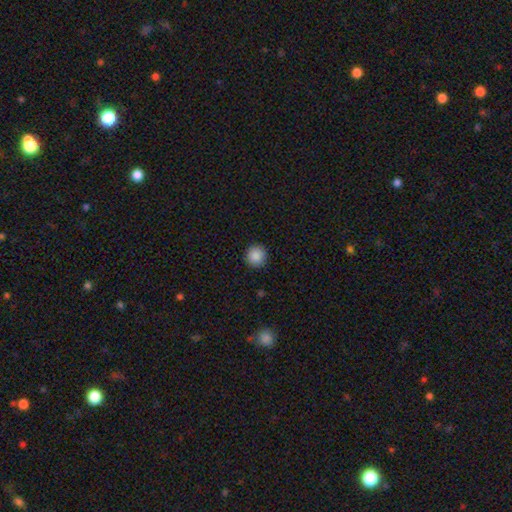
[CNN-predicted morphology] Smooth or featured: smooth — 88% (star or artifact — 9%)
How rounded: round — 95% (in between — 4%)
Merging: none — 92% (minor disturbance — 6%)